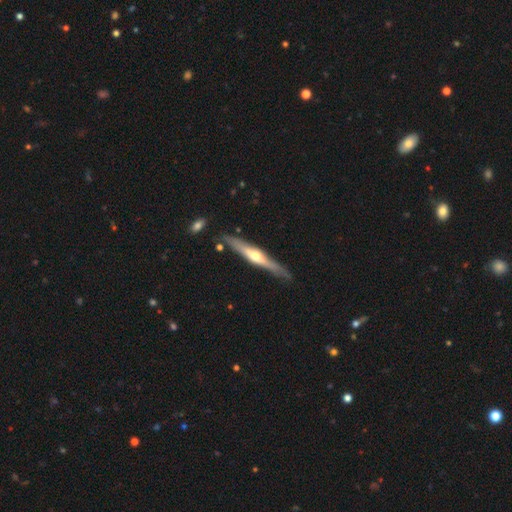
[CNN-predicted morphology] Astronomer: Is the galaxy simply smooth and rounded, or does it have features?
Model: featured or disk — 70%.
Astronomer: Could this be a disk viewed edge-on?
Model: yes — 95%.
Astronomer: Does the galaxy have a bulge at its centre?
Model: rounded — 89%.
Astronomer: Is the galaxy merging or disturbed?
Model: none — 83%.